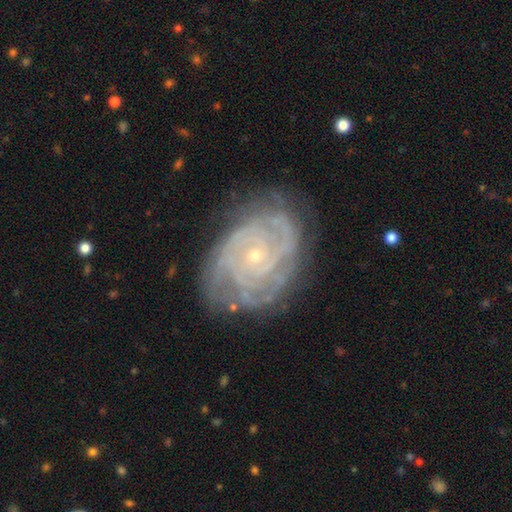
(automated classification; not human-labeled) smooth-or-featured: featured or disk: 87% | smooth: 7% | star or artifact: 6%
  disk-edge-on: no: 97% | yes: 3%
    bar: no: 77% | weak: 18% | strong: 5%
    has-spiral-arms: yes: 95% | no: 5%
      spiral-winding: tight: 75% | medium: 21% | loose: 4%
      spiral-arm-count: can't tell: 33% | 3: 18% | 4: 17% | 2: 16% | more than 4: 10% | 1: 6%
    bulge-size: small: 82% | moderate: 14% | none: 1% | large: 1% | dominant: 1%
  merging: none: 72% | minor disturbance: 19% | major disturbance: 7% | merger: 1%